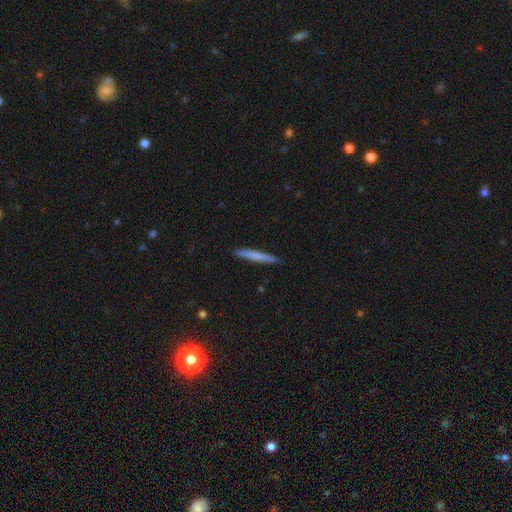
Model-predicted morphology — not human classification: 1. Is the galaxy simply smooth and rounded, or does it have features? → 68% smooth, 26% featured or disk, 6% star or artifact.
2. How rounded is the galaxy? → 96% cigar-shaped, 2% in between, 1% round.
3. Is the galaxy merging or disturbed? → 92% none, 6% minor disturbance, 1% major disturbance, 1% merger.